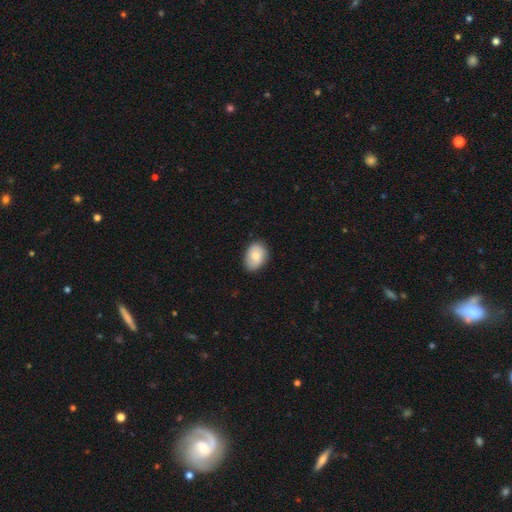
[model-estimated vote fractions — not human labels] Smooth or featured?
  - smooth: 79% *
  - featured or disk: 14%
  - star or artifact: 7%
How rounded?
  - in between: 80% *
  - round: 19%
  - cigar-shaped: 1%
Merging?
  - none: 79% *
  - minor disturbance: 17%
  - major disturbance: 3%
  - merger: 1%